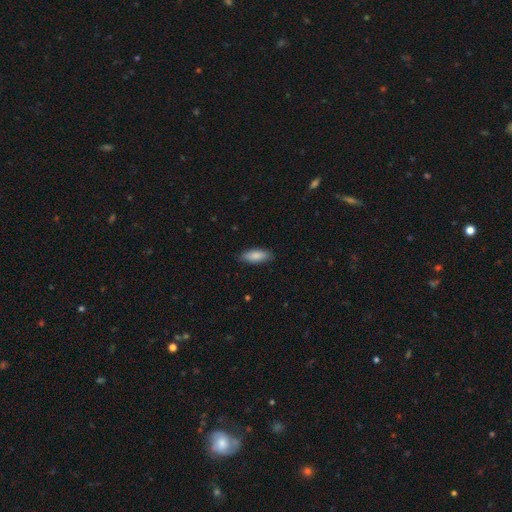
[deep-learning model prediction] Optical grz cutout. It shows a smooth galaxy with no disk features (86%) that is in between round and cigar-shaped (74%). Merging: none (87%).